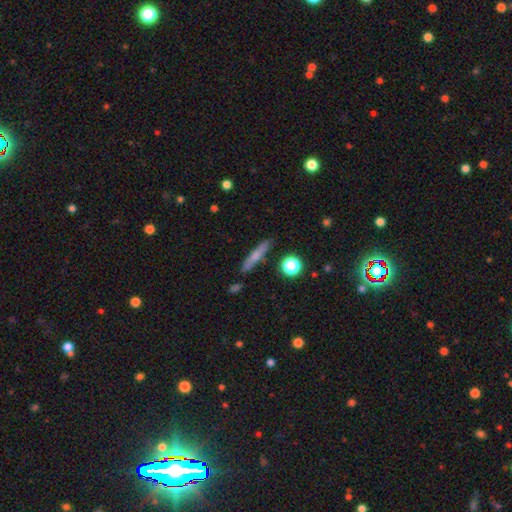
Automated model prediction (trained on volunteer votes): This is likely a smooth galaxy (61%). How rounded: clearly cigar-shaped (88%). Merging: clearly none (85%).